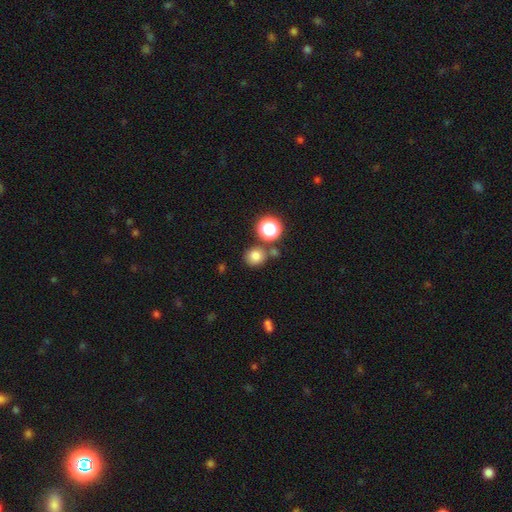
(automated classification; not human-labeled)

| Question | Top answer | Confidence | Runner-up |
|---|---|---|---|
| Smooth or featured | smooth | 78% | star or artifact (15%) |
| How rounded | round | 81% | in between (18%) |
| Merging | none | 74% | merger (13%) |